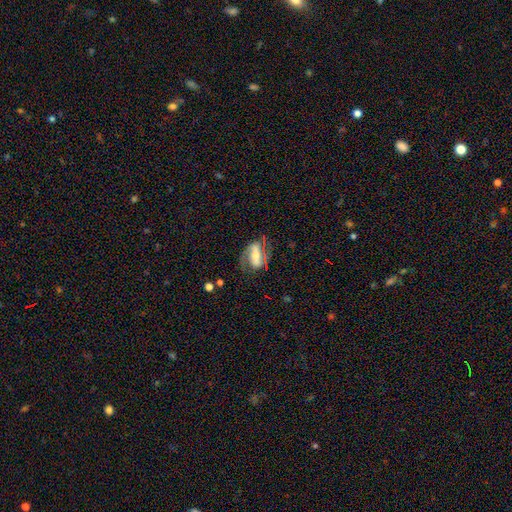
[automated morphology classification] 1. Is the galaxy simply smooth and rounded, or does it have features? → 73% featured or disk, 21% smooth, 7% star or artifact.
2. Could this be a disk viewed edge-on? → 93% no, 7% yes.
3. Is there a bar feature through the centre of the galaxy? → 59% strong, 25% weak, 17% no.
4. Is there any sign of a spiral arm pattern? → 85% yes, 15% no.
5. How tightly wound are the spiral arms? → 47% medium, 28% loose, 25% tight.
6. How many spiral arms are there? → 85% 2, 7% can't tell, 5% 1, 1% 3, 1% 4, 1% more than 4.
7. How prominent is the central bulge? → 41% moderate (tied), 41% small (tied), 11% large, 5% none, 2% dominant.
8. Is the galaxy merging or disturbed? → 64% none, 19% minor disturbance, 14% major disturbance, 3% merger.